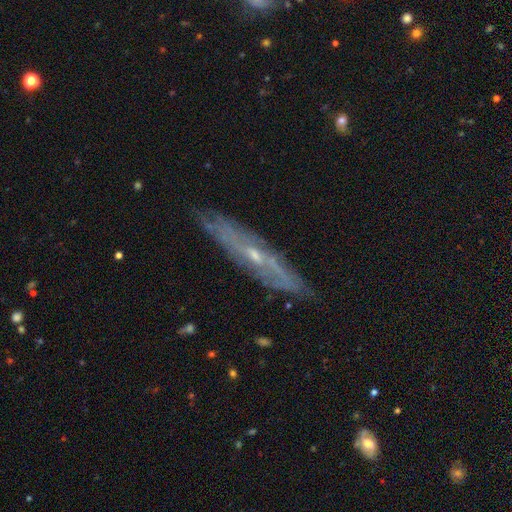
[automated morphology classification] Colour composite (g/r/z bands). It shows a featured or disk galaxy (75%) viewed edge-on (60%). Merging: none (80%).